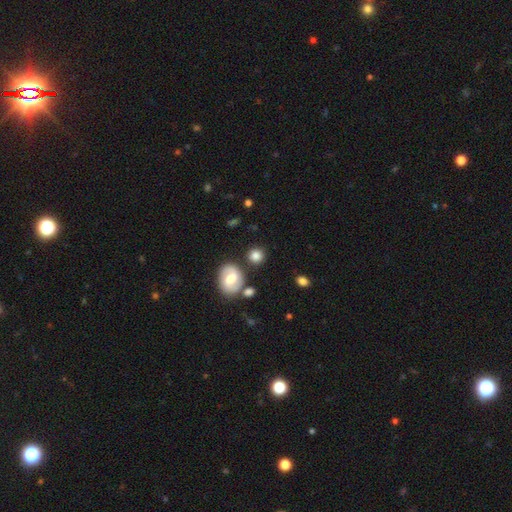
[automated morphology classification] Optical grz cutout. It shows a smooth galaxy with no disk features (77%) that is round (87%). Merging: none (77%).